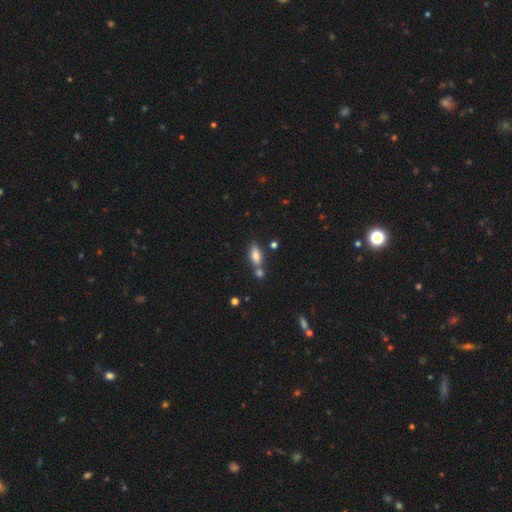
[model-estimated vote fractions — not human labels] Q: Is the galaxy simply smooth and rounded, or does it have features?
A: smooth — 78%.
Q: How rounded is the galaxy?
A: in between — 79%.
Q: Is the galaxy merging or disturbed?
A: none — 56%.